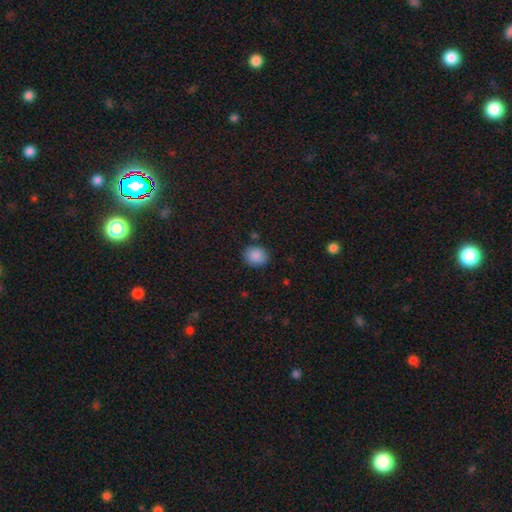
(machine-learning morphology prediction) This is clearly a smooth galaxy (87%). How rounded: likely round (66%). Merging: clearly none (84%).